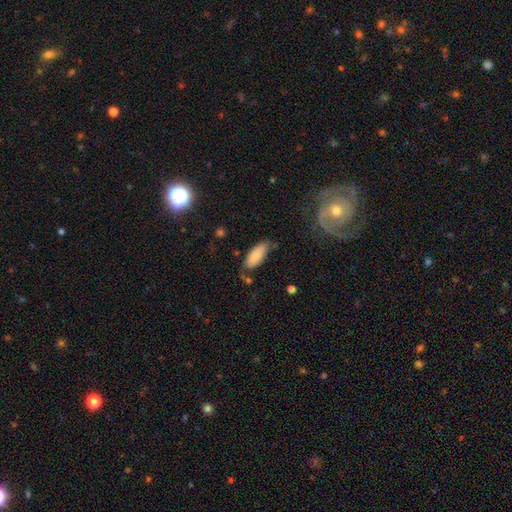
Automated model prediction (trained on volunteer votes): smooth_or_featured: smooth (p=0.83) [alt: featured or disk p=0.10]
how_rounded: in between (p=0.80) [alt: cigar-shaped p=0.18]
merging: none (p=0.63) [alt: minor disturbance p=0.26]